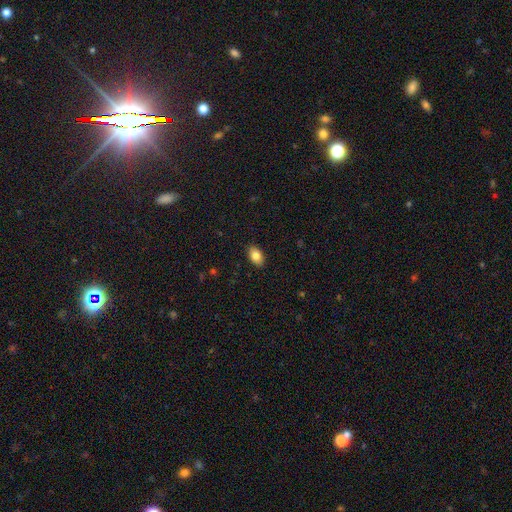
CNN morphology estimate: The model was most divided on "smooth or featured": smooth: 82%, featured or disk: 10%, star or artifact: 8%. More confident: how rounded — in between (91%); merging — none (89%).